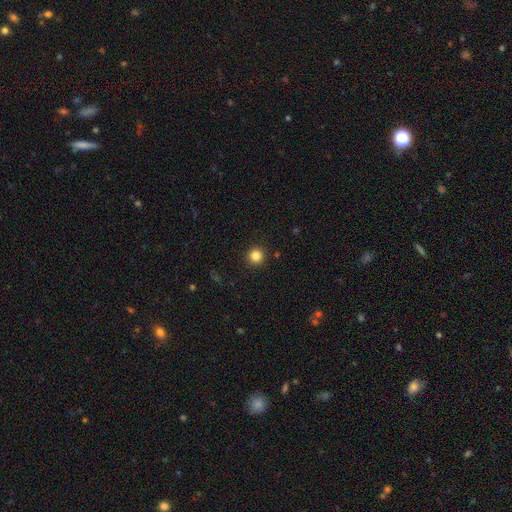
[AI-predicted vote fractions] A smooth galaxy with no disk features (84%) that is round (95%). Merging: none (93%).